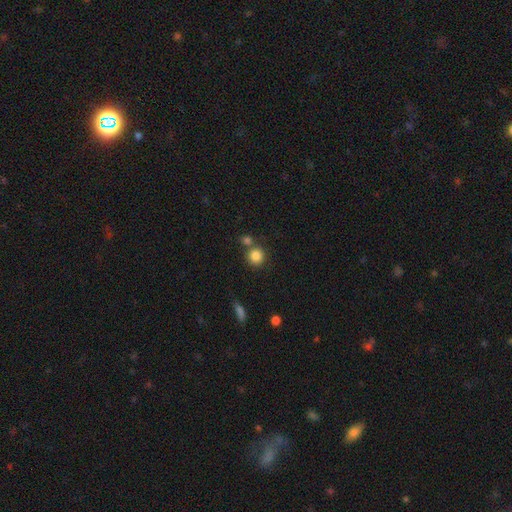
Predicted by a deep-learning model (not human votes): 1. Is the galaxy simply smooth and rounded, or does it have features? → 85% smooth, 10% star or artifact, 6% featured or disk.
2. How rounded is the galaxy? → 90% round, 9% in between, 1% cigar-shaped.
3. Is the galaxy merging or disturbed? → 67% none, 21% merger, 9% minor disturbance, 3% major disturbance.